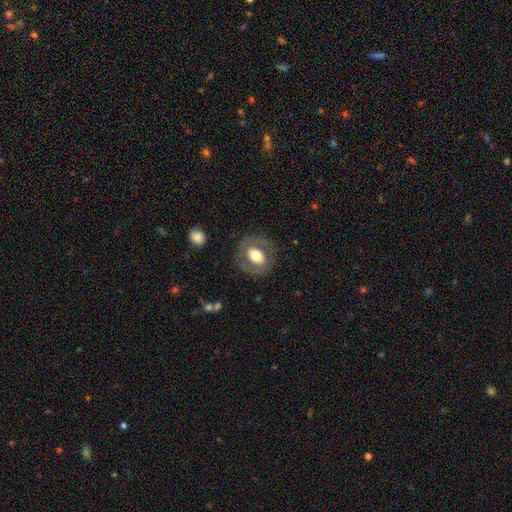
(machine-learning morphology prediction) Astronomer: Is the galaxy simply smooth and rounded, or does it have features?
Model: smooth — 51% (runner-up: featured or disk, 42%).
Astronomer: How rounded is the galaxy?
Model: round — 56% (runner-up: in between, 42%).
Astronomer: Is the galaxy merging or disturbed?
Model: none — 79%.